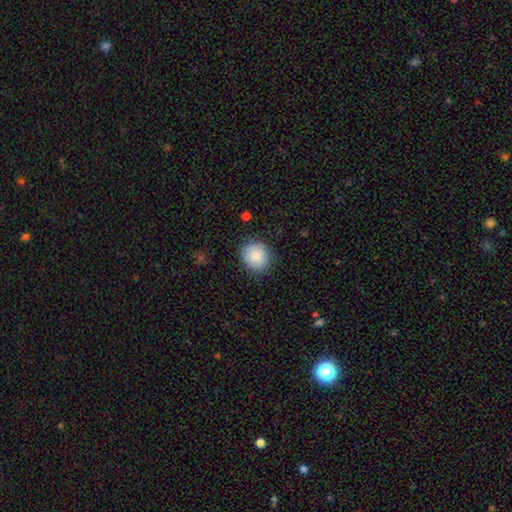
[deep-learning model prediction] Smooth or featured: smooth — 86% (star or artifact — 8%)
How rounded: round — 81% (in between — 18%)
Merging: none — 85% (minor disturbance — 11%)